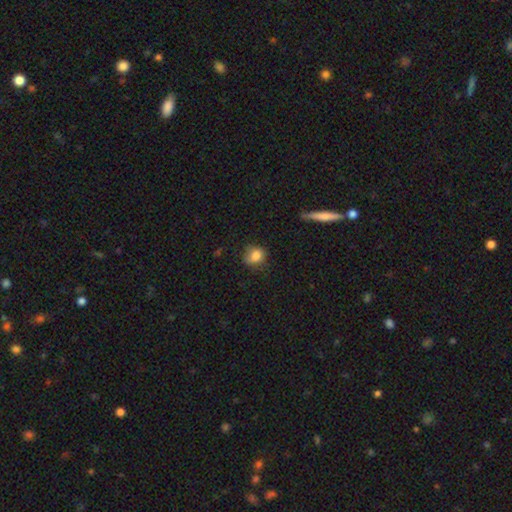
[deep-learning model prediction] smooth 82%, star or artifact 10%, featured or disk 9%. Down the decision tree: how rounded — round (54%); merging — none (62%).